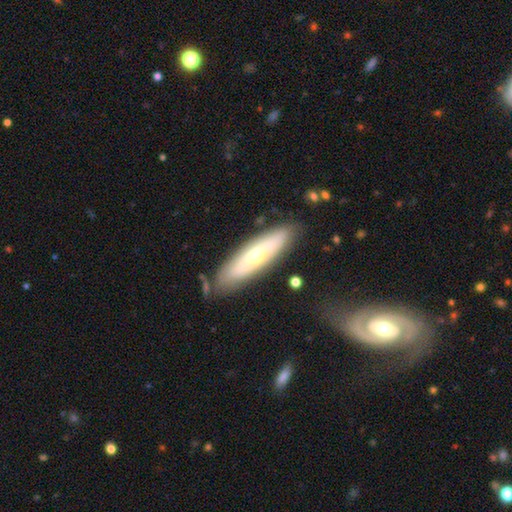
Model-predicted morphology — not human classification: type=smooth (50%); roundness=cigar-shaped (65%); merging=none (81%).